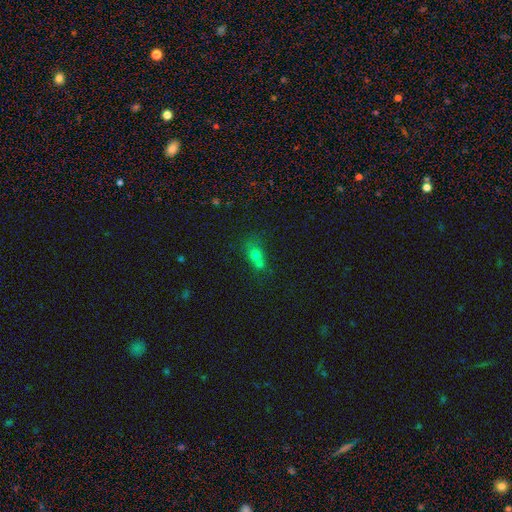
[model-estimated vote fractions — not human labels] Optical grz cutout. It shows a smooth galaxy with no disk features (65%) that is round (52%). Merging: merger (51%).